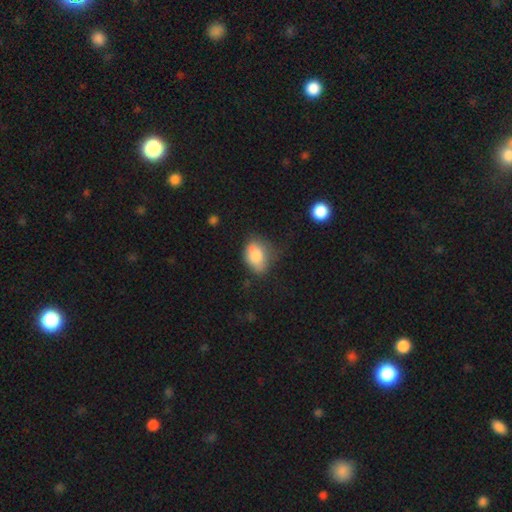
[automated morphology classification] Q: Smooth or featured?
A: smooth (79%); runner-up: featured or disk (12%)
Q: How rounded?
A: in between (77%); runner-up: round (22%)
Q: Merging?
A: none (49%); runner-up: minor disturbance (35%)